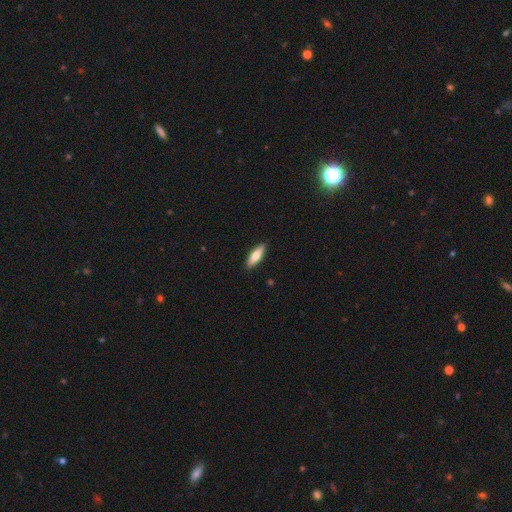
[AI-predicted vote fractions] This appears to be a smooth galaxy with no disk features (72%) that is in between round and cigar-shaped (52%). Merging: none (90%).